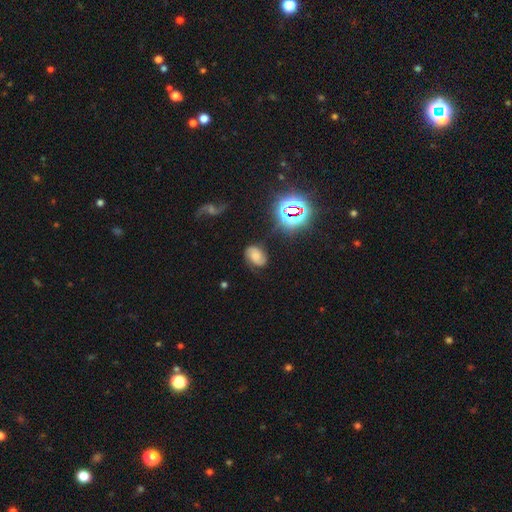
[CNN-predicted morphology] This appears to be a featured or disk galaxy (41%). Merging: none (69%).